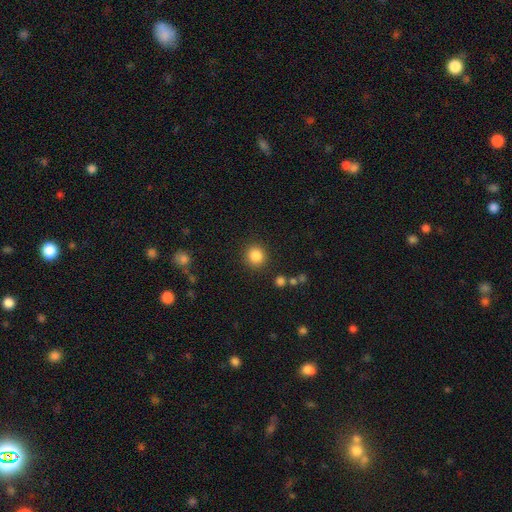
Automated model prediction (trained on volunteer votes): Smooth or featured?
  - smooth: 86% *
  - star or artifact: 10%
  - featured or disk: 4%
How rounded?
  - round: 91% *
  - in between: 8%
  - cigar-shaped: 1%
Merging?
  - none: 89% *
  - minor disturbance: 6%
  - major disturbance: 3%
  - merger: 2%